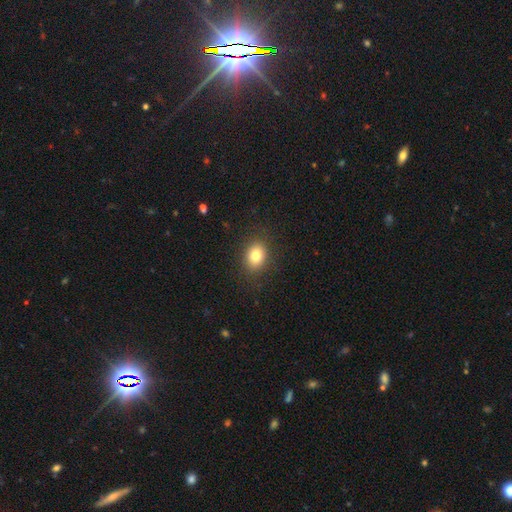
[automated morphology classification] Overall: smooth (80%). How rounded: in between (52%; round 47%). Merging: none (87%).